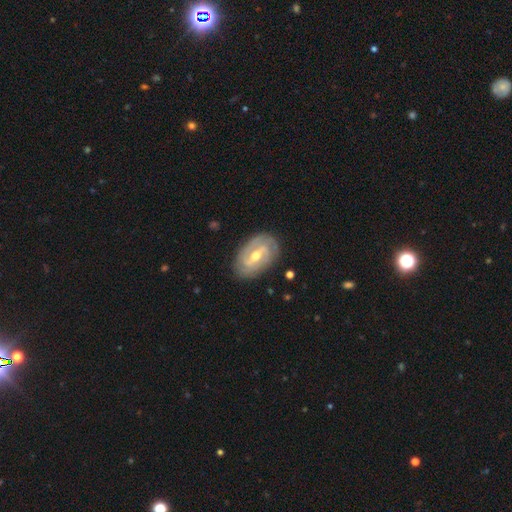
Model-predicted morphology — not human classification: Overall: featured or disk (81%). Edge-on disk: no (95%). Bar: weak (49%; strong 28%). Spiral arms: yes (88%). Spiral arm count: 2 (56%; can't tell 22%). Spiral winding: tight (56%; medium 33%). Bulge size: moderate (73%). Merging: none (81%).